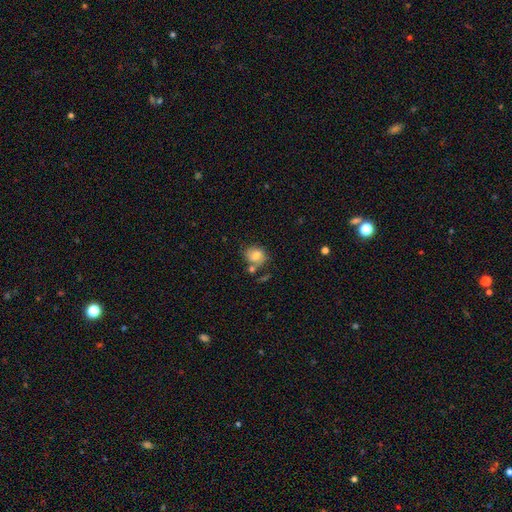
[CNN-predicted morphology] This is likely a smooth galaxy (70%). How rounded: likely round (63%). Merging: possibly none (53%).